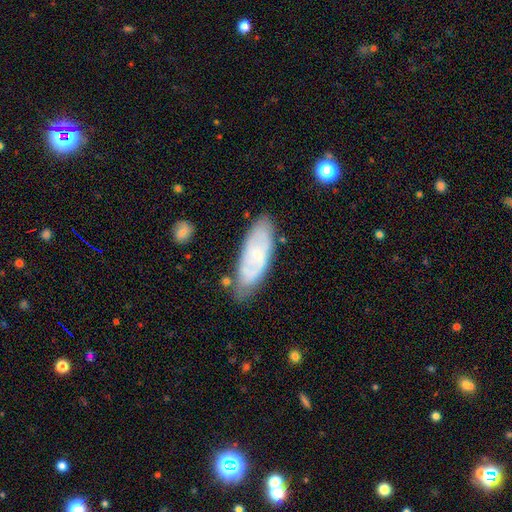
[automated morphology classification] Overall: featured or disk (54%; smooth 39%). Edge-on disk: no (87%). Merging: none (69%).